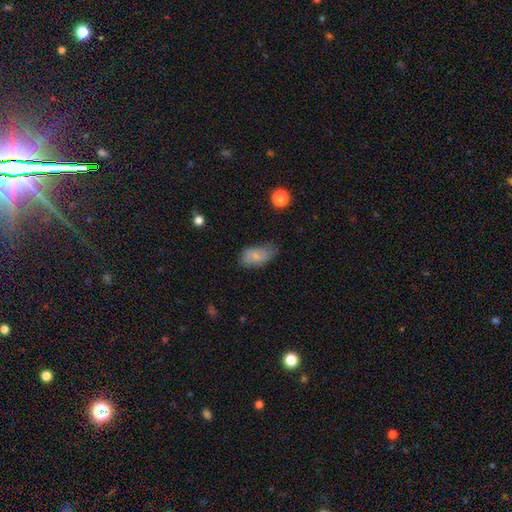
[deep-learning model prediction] smooth-or-featured: smooth: 72% | featured or disk: 20% | star or artifact: 8%
  how-rounded: in between: 91% | round: 7% | cigar-shaped: 2%
  merging: none: 57% | minor disturbance: 33% | major disturbance: 8% | merger: 2%